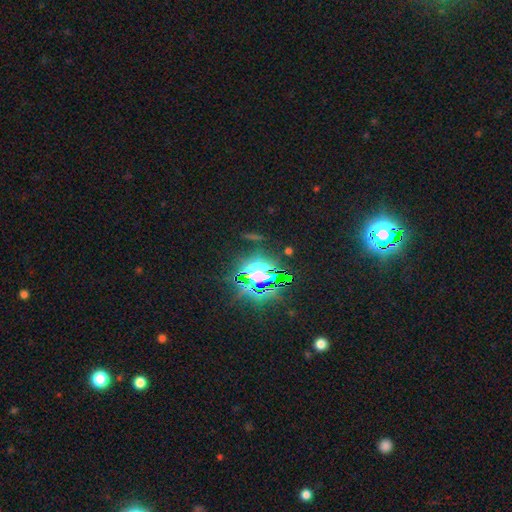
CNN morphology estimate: smooth-or-featured: star or artifact: 83% | smooth: 10% | featured or disk: 7%